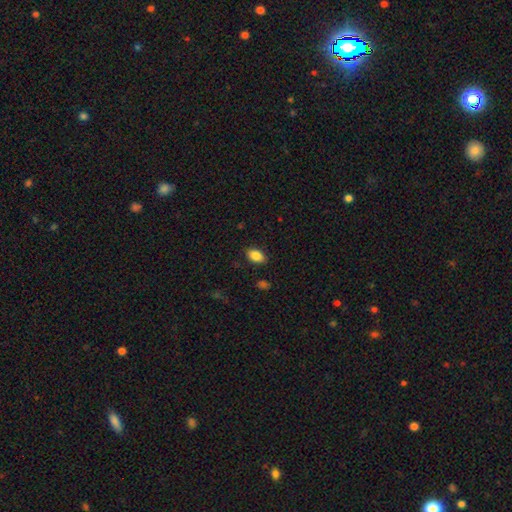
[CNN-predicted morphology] A smooth galaxy with no disk features (86%) that is in between round and cigar-shaped (90%). Merging: none (86%).